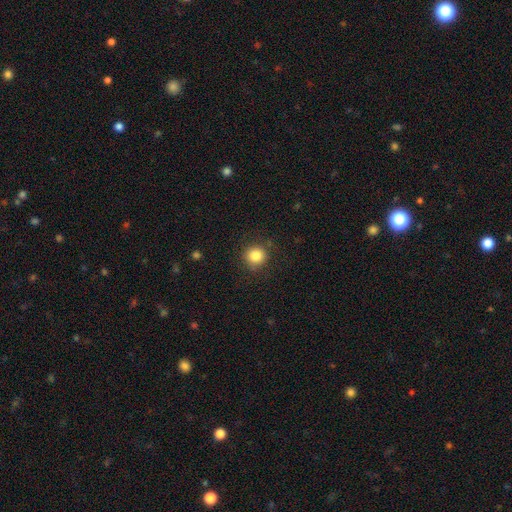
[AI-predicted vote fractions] Overall: smooth (84%). How rounded: round (92%). Merging: none (86%).